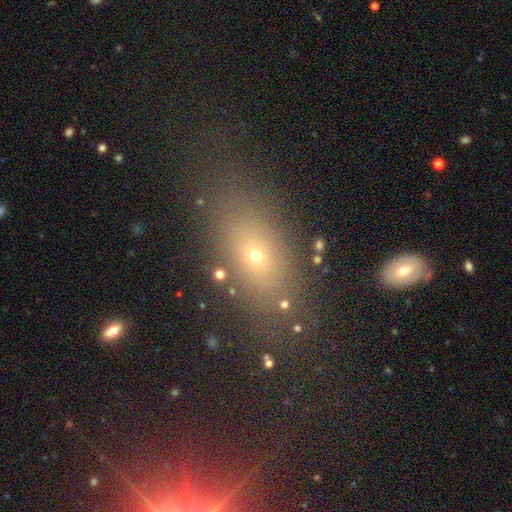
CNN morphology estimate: Smooth or featured: smooth — 59% (star or artifact — 23%)
How rounded: in between — 70% (round — 18%)
Merging: none — 74% (minor disturbance — 13%)